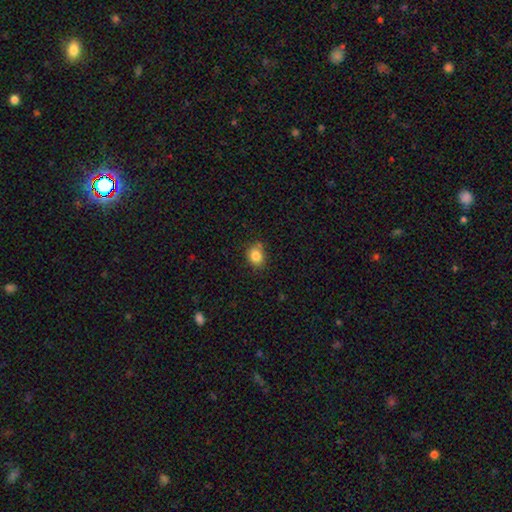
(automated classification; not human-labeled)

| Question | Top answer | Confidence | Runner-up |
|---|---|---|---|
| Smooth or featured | smooth | 84% | star or artifact (10%) |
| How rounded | round | 54% | in between (45%) |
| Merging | none | 73% | minor disturbance (17%) |